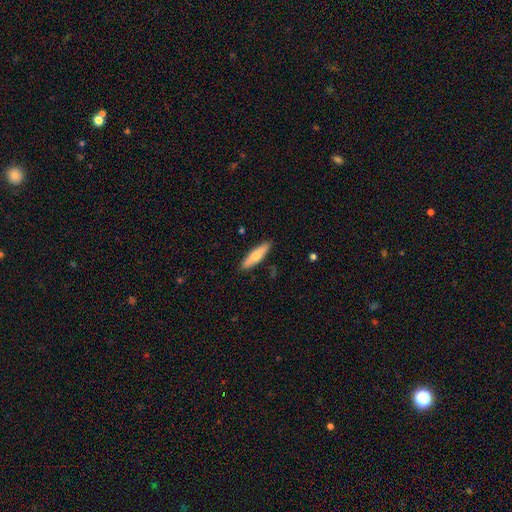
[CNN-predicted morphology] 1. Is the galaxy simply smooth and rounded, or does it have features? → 59% smooth, 36% featured or disk, 5% star or artifact.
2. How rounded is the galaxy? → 74% cigar-shaped, 24% in between, 2% round.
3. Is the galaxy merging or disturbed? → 89% none, 8% minor disturbance, 2% major disturbance, 1% merger.